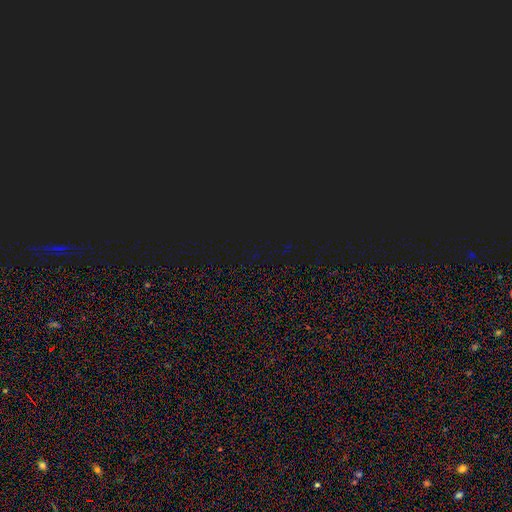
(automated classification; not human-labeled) Overall: star or artifact (80%).